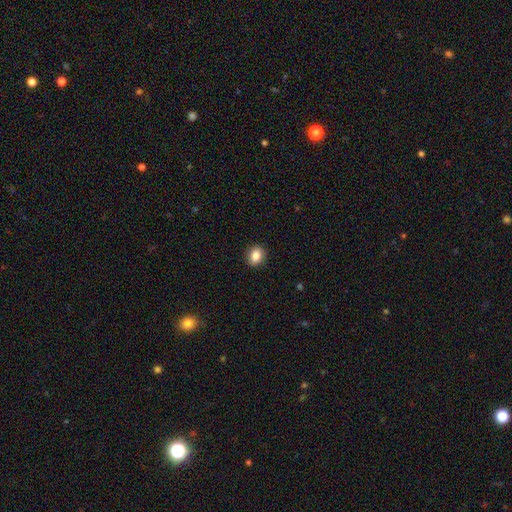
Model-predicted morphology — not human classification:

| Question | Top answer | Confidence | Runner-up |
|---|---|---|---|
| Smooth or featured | smooth | 85% | star or artifact (9%) |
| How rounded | in between | 52% | round (47%) |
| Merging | none | 90% | minor disturbance (7%) |